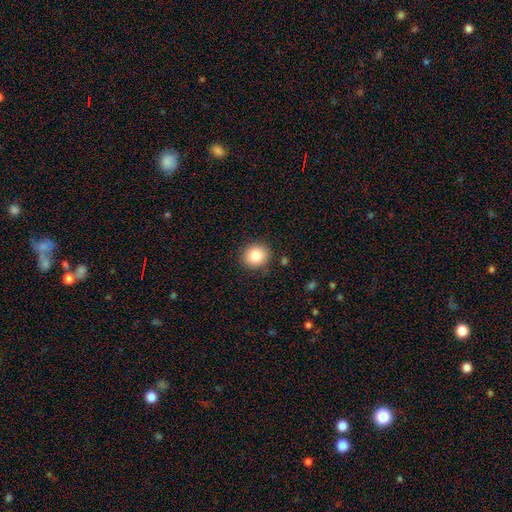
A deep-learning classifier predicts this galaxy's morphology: smooth_or_featured: smooth (p=0.83) [alt: star or artifact p=0.10]
how_rounded: round (p=0.80) [alt: in between p=0.19]
merging: none (p=0.88) [alt: minor disturbance p=0.09]